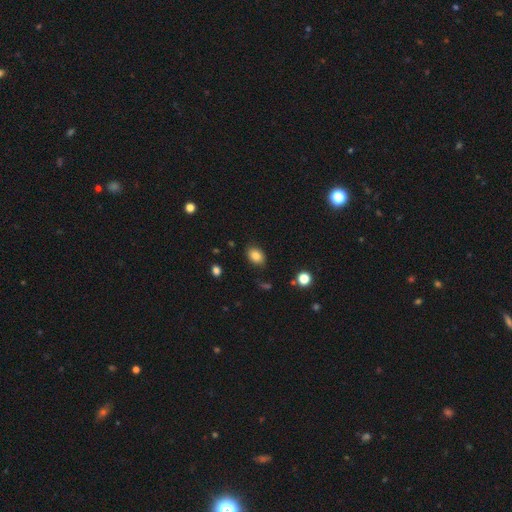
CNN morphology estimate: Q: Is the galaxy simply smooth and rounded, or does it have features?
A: smooth — 84%.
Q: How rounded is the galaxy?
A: in between — 74%.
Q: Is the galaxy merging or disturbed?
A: none — 84%.